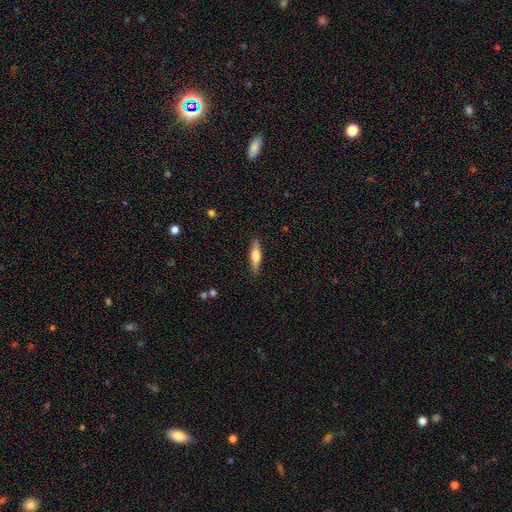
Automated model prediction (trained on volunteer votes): smooth-or-featured: smooth: 52% | featured or disk: 42% | star or artifact: 6%
  how-rounded: cigar-shaped: 74% | in between: 24% | round: 2%
  merging: none: 88% | minor disturbance: 9% | major disturbance: 2% | merger: 1%